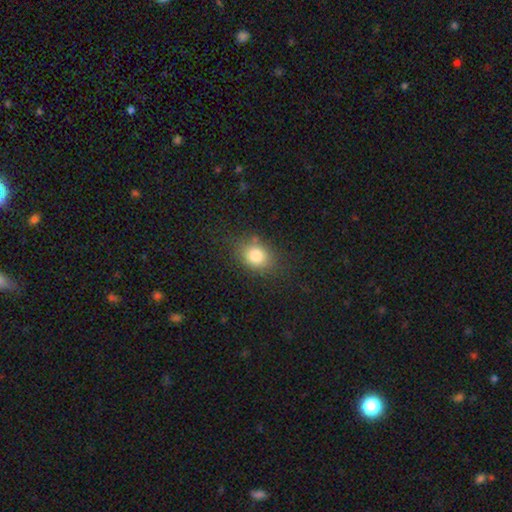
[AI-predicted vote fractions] Smooth or featured? smooth (82%)
How rounded? in between (56%)
Merging? none (76%)